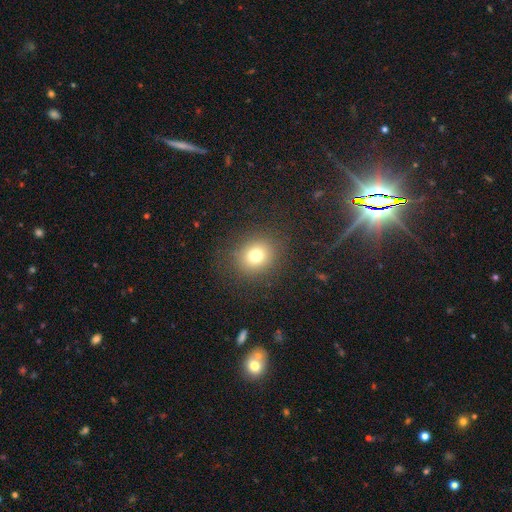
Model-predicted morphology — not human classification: A smooth galaxy with no disk features (75%) that is round (77%). Merging: none (86%).